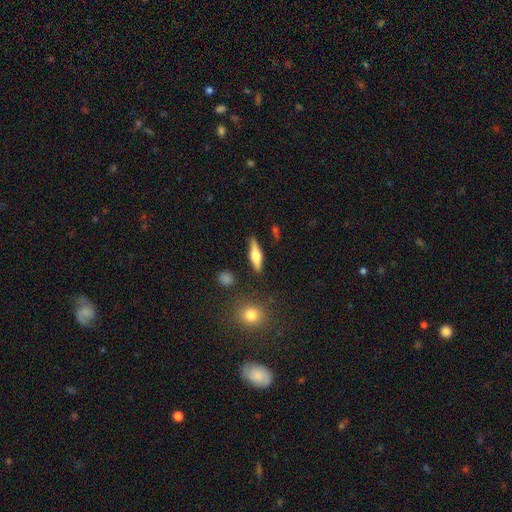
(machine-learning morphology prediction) Smooth or featured: featured or disk — 53% (smooth — 40%)
Edge-on disk: yes — 94% (no — 6%)
Merging: none — 86% (minor disturbance — 9%)